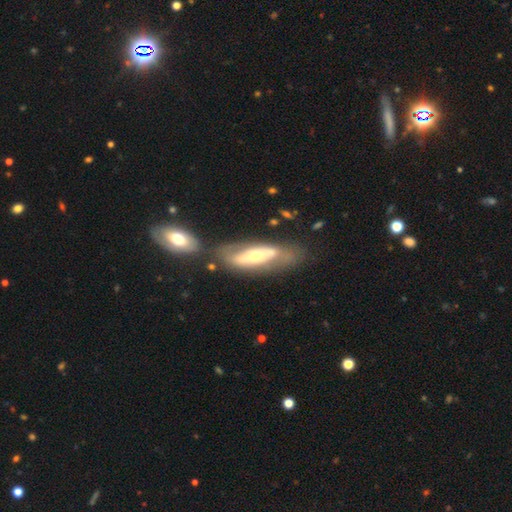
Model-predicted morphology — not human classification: Smooth or featured? featured or disk (61%)
Edge-on disk? no (66%)
Merging? none (53%)